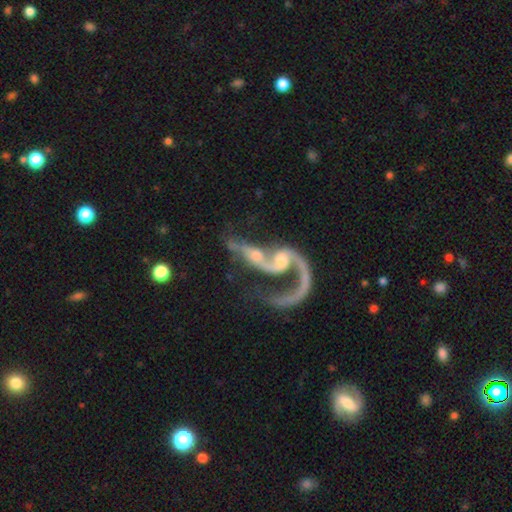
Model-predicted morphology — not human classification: A featured or disk galaxy (83%) with no bar (57%), 2 (50%) loose (78%) spiral arms (87%) and a small central bulge (40%, tied with moderate).

Vote fractions:
- Smooth or featured? featured or disk: 83% / smooth: 11% / star or artifact: 7%
- Edge-on disk? no: 96% / yes: 4%
- Bar? no: 57% / weak: 33% / strong: 11%
- Spiral arms? yes: 87% / no: 13%
- Spiral winding? loose: 78% / medium: 17% / tight: 5%
- Spiral arm count? 2: 50% / 1: 39% / can't tell: 5% / 3: 2% / 4: 1% / more than 4: 1%
- Bulge size? small: 40% (tied) / moderate: 40% (tied) / none: 13% / large: 5% / dominant: 2%
- Merging? merger: 51% / major disturbance: 22% / none: 20% / minor disturbance: 8%